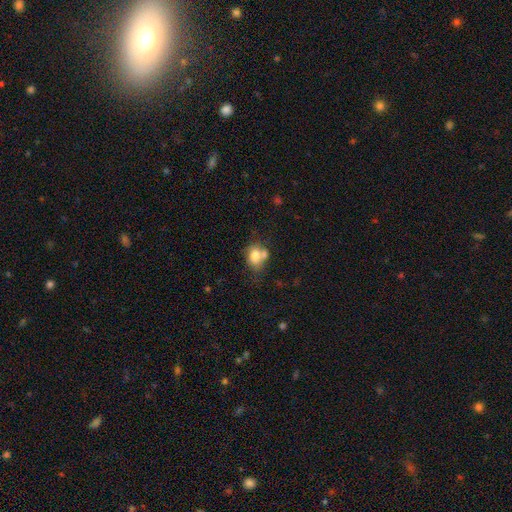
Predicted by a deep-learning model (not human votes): smooth_or_featured: smooth (p=0.76) [alt: featured or disk p=0.14]
how_rounded: in between (p=0.53) [alt: round p=0.46]
merging: none (p=0.41) [alt: merger p=0.35]